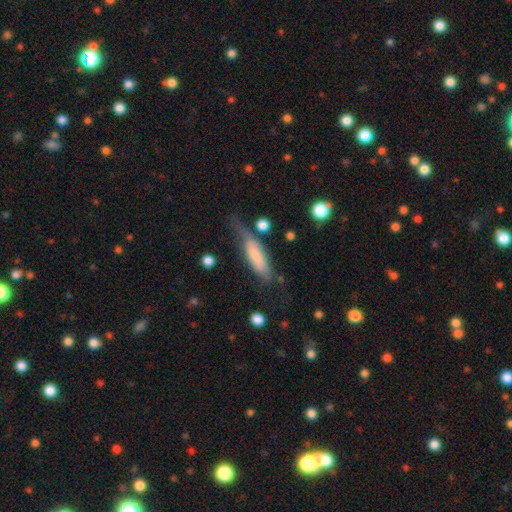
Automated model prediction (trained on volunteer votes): Smooth or featured? Predicted: smooth (p=0.64). How rounded? Predicted: cigar-shaped (p=0.57). Merging? Predicted: none (p=0.43).